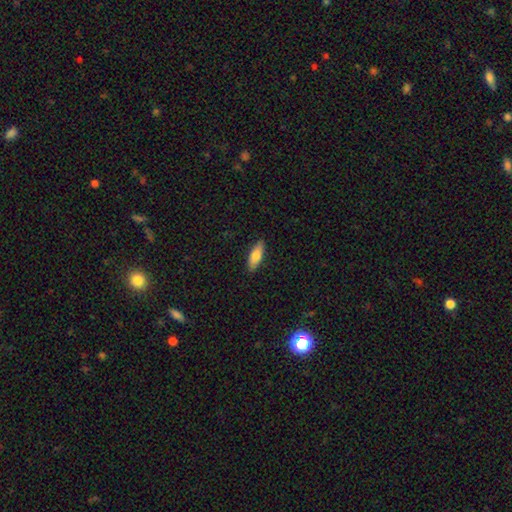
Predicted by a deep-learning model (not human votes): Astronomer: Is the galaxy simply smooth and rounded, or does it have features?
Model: smooth — 76%.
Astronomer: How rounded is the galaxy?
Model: in between — 61% (runner-up: cigar-shaped, 37%).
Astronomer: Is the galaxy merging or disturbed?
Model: none — 89%.